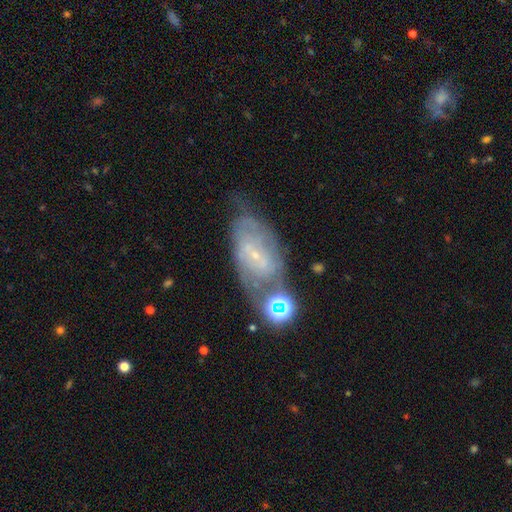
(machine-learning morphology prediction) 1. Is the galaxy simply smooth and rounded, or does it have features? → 70% featured or disk, 19% smooth, 11% star or artifact.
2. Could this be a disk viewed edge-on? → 93% no, 7% yes.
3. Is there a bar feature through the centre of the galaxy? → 46% no, 40% weak, 14% strong.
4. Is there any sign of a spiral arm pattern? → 79% yes, 21% no.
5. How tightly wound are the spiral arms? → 48% tight, 36% medium, 15% loose.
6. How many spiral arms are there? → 49% can't tell, 33% 2, 7% 3, 4% 4, 4% 1, 3% more than 4.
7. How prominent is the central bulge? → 82% small, 11% moderate, 5% none, 1% large, 1% dominant.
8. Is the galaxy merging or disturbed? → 43% none, 22% minor disturbance, 20% merger, 14% major disturbance.